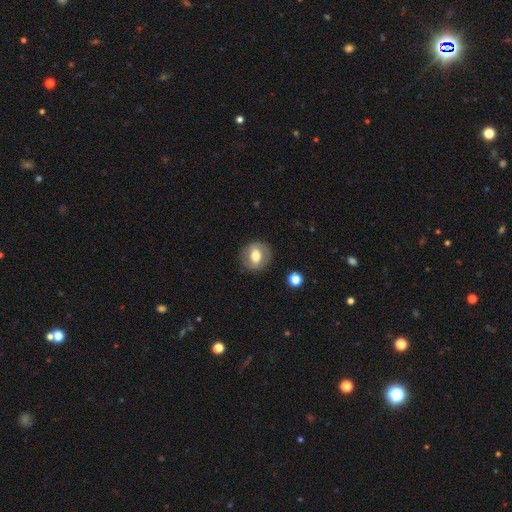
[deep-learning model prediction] Overall: smooth (55%; featured or disk 37%). How rounded: round (74%). Merging: none (84%).